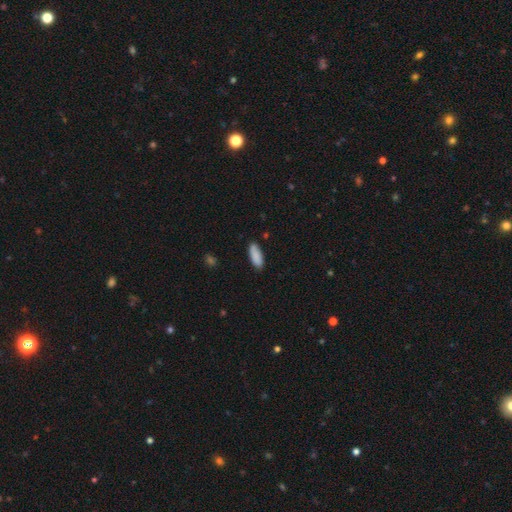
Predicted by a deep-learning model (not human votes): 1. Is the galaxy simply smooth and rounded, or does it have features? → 89% smooth, 6% star or artifact, 4% featured or disk.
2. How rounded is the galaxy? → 72% in between, 26% cigar-shaped, 2% round.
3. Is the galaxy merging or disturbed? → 86% none, 11% minor disturbance, 2% major disturbance, 1% merger.